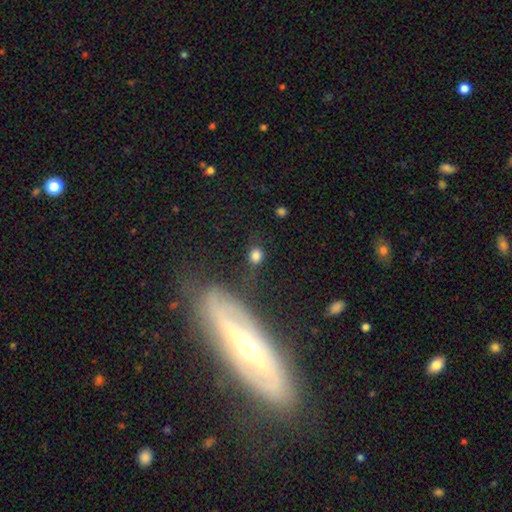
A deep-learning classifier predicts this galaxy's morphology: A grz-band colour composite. It shows a smooth galaxy with no disk features (80%) that is round (75%). Merging: none (73%).